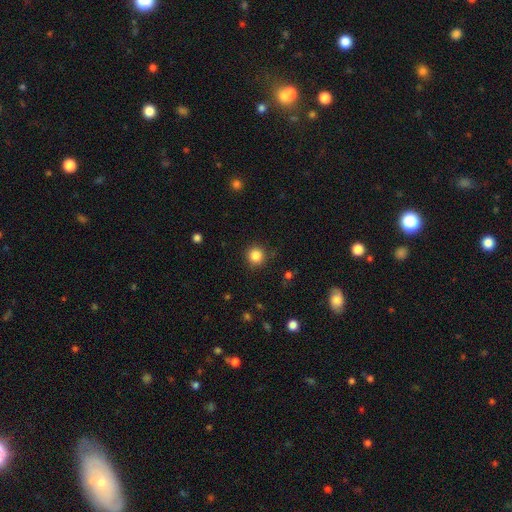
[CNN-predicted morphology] Overall: smooth (85%). How rounded: round (94%). Merging: none (89%).